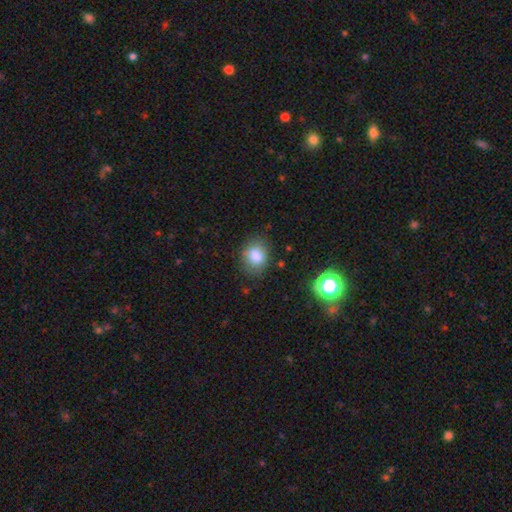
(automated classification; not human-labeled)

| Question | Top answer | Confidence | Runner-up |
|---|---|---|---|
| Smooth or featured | smooth | 83% | star or artifact (10%) |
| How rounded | round | 51% | in between (48%) |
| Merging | none | 74% | minor disturbance (18%) |